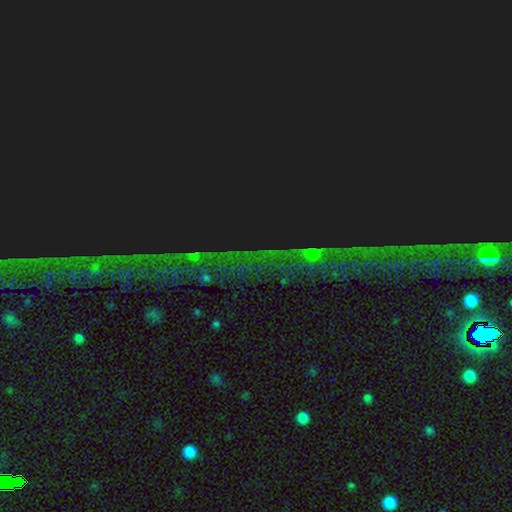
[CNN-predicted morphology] Smooth or featured? Predicted: star or artifact (p=0.84).